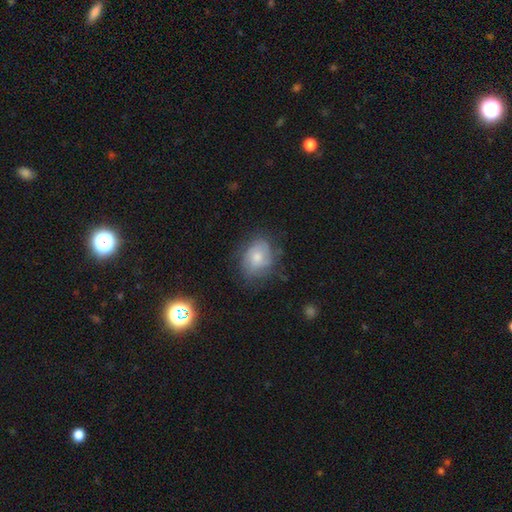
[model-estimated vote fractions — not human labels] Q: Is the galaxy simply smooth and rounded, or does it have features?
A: smooth — 44%.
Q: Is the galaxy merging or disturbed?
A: none — 67%.